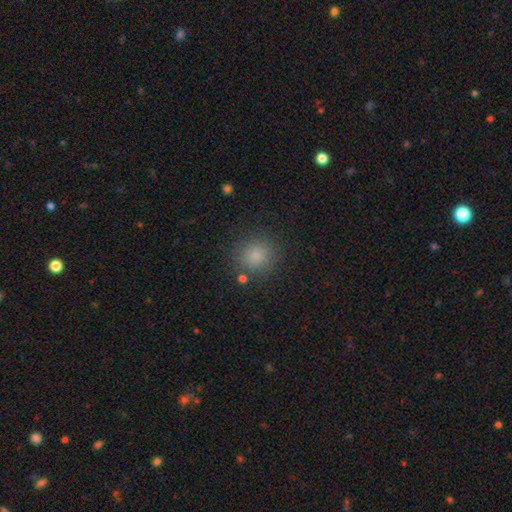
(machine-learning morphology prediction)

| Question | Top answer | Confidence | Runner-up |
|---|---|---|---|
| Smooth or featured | smooth | 83% | star or artifact (12%) |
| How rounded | round | 86% | in between (13%) |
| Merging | none | 84% | minor disturbance (9%) |